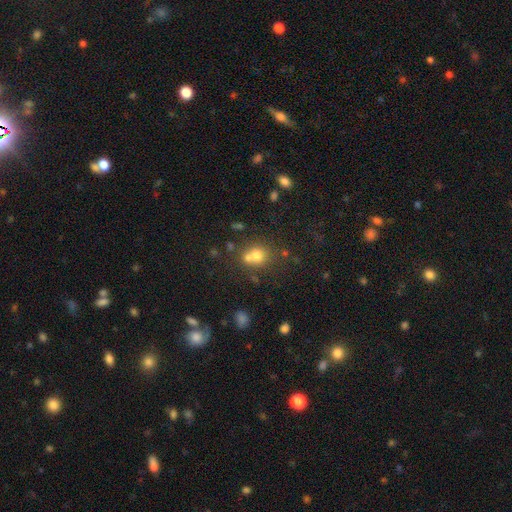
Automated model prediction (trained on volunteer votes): This appears to be a smooth galaxy with no disk features (71%) that is round (79%). Merging: none (45%).